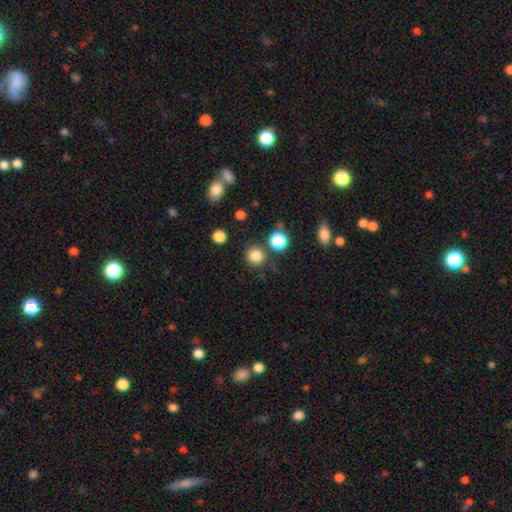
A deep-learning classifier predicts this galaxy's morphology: Smooth or featured: smooth — 83% (star or artifact — 13%)
How rounded: round — 93% (in between — 6%)
Merging: none — 84% (minor disturbance — 8%)